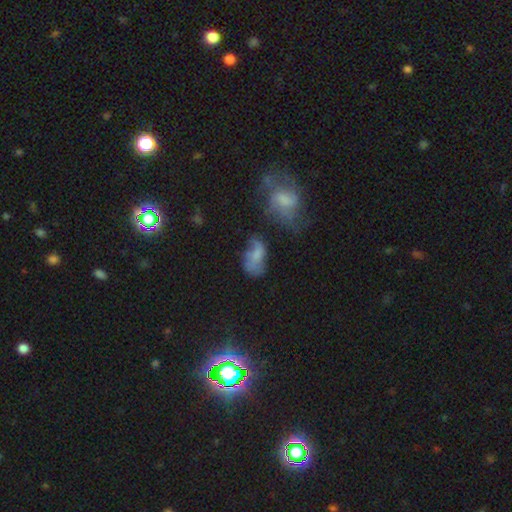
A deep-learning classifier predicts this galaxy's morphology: Q: Smooth or featured?
A: smooth (54%); runner-up: featured or disk (33%)
Q: How rounded?
A: in between (88%); runner-up: round (9%)
Q: Merging?
A: none (33%); runner-up: minor disturbance (27%)